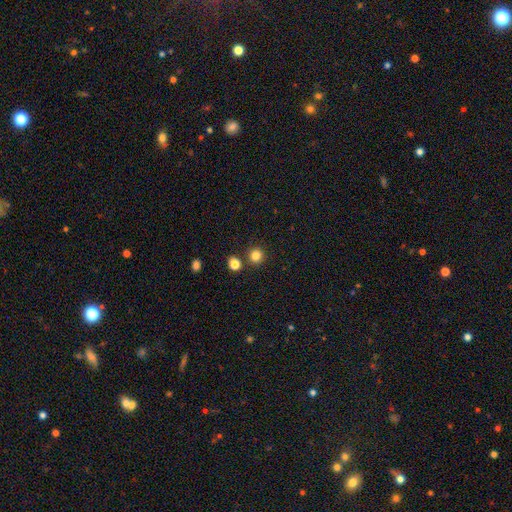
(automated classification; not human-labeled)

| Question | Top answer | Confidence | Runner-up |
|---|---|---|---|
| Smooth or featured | smooth | 82% | star or artifact (13%) |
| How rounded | round | 91% | in between (8%) |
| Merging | none | 83% | merger (8%) |